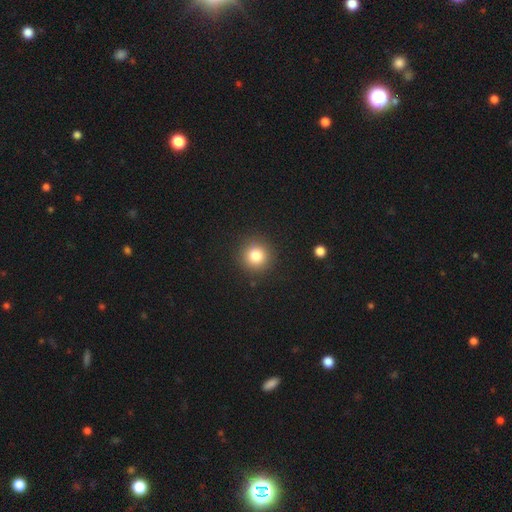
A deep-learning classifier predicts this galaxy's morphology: Overall: smooth (82%). How rounded: round (94%). Merging: none (90%).